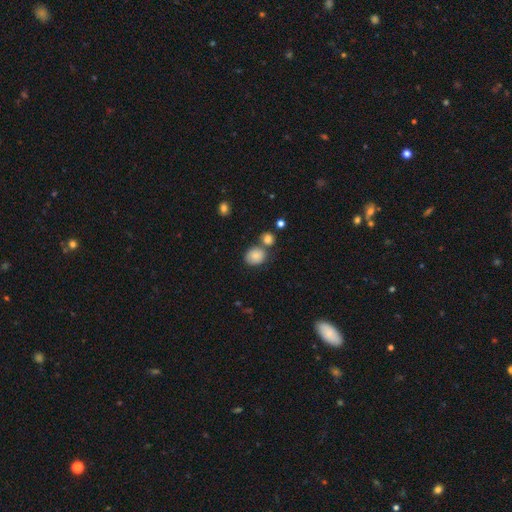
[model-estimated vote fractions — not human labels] This appears to be a smooth galaxy with no disk features (82%) that is round (60%). Merging: none (60%).